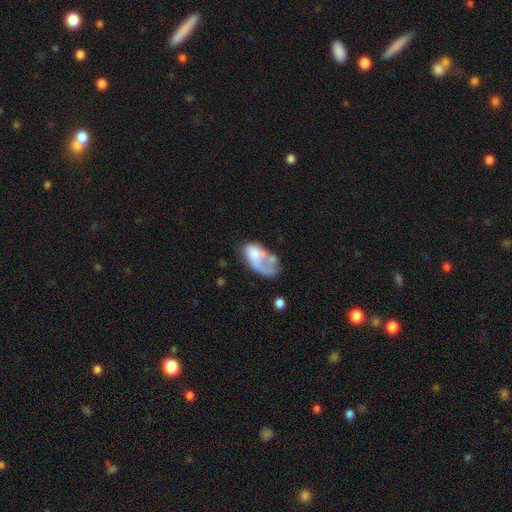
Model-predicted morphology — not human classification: This appears to be a smooth galaxy with no disk features (56%) that is in between round and cigar-shaped (92%). Merging: major disturbance (37%).